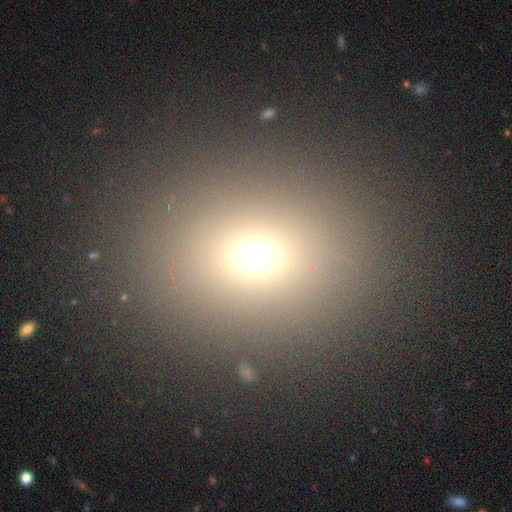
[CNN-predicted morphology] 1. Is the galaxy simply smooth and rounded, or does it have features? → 68% smooth, 22% star or artifact, 10% featured or disk.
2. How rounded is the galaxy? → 63% round, 35% in between, 1% cigar-shaped.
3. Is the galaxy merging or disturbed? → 86% none, 7% minor disturbance, 5% major disturbance, 2% merger.